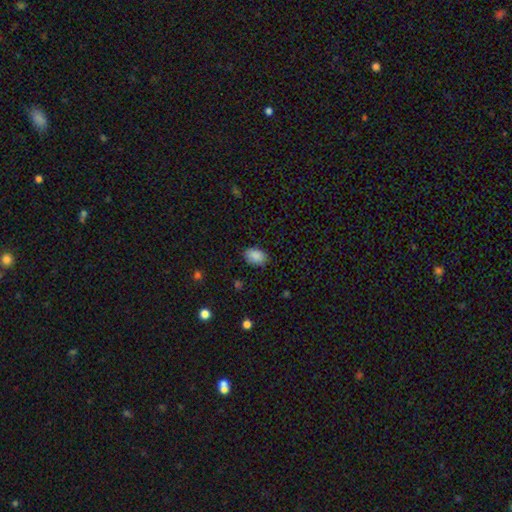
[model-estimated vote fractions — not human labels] A smooth galaxy with no disk features (88%) that is in between round and cigar-shaped (83%).

Vote fractions:
- Smooth or featured? smooth: 88% / star or artifact: 8% / featured or disk: 4%
- How rounded? in between: 83% / round: 16% / cigar-shaped: 1%
- Merging? none: 85% / minor disturbance: 12% / major disturbance: 3% / merger: 1%